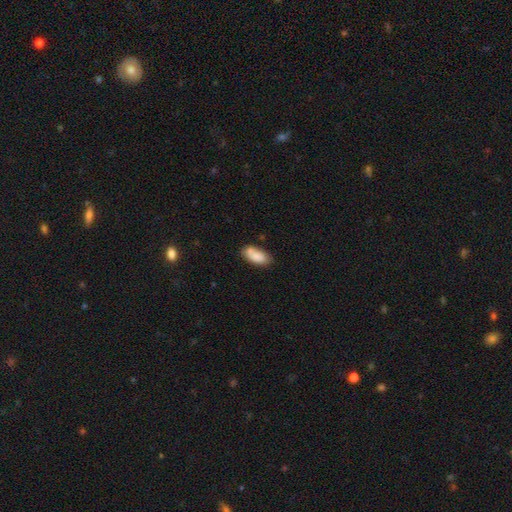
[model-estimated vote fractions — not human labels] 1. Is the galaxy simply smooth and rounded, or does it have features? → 82% smooth, 10% featured or disk, 7% star or artifact.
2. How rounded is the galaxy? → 89% in between, 8% cigar-shaped, 3% round.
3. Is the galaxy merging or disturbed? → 62% none, 22% minor disturbance, 11% merger, 5% major disturbance.